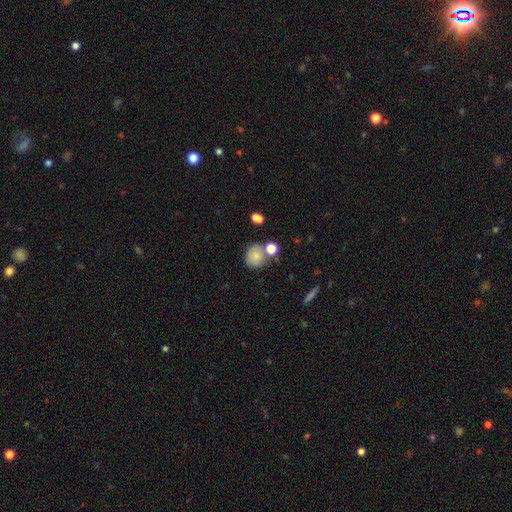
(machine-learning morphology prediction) smooth 79%, star or artifact 11%, featured or disk 11%. Down the decision tree: how rounded — round (78%); merging — none (59%).